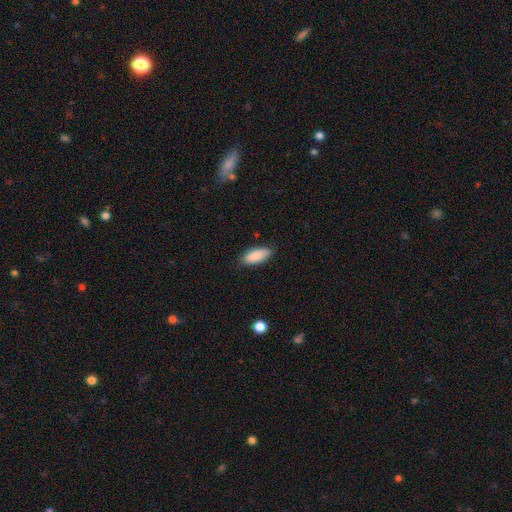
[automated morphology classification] This appears to be a smooth galaxy with no disk features (88%) that is in between round and cigar-shaped (82%). Merging: none (83%).